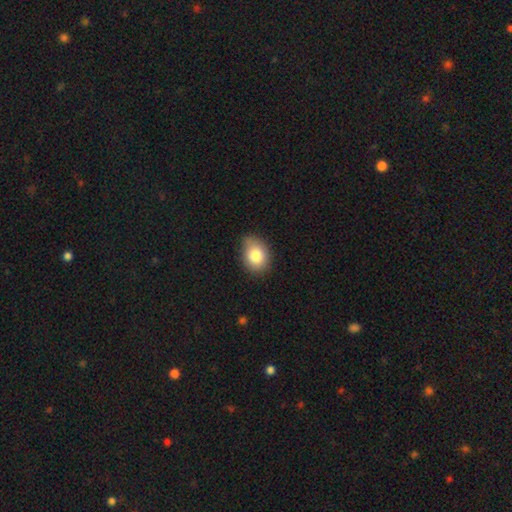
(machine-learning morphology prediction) Smooth or featured? Predicted: smooth (p=0.81). How rounded? Predicted: in between (p=0.69). Merging? Predicted: none (p=0.74).